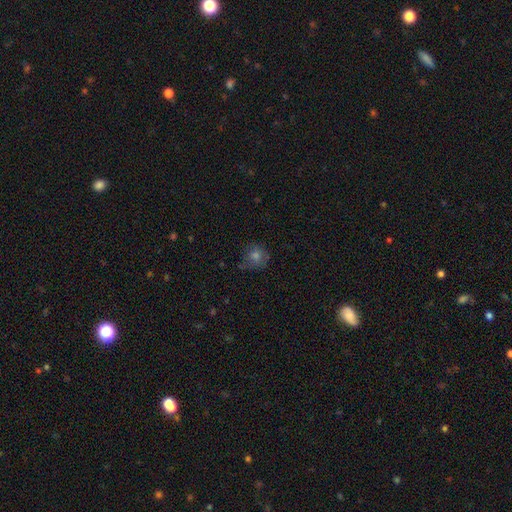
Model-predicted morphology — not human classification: smooth_or_featured: smooth (p=0.62) [alt: featured or disk p=0.21]
how_rounded: round (p=0.83) [alt: in between p=0.16]
merging: none (p=0.65) [alt: minor disturbance p=0.23]